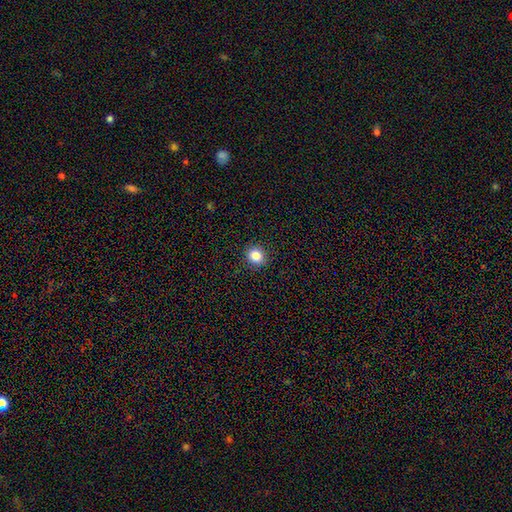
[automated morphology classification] Smooth or featured? Predicted: smooth (p=0.84). How rounded? Predicted: round (p=0.81). Merging? Predicted: none (p=0.91).